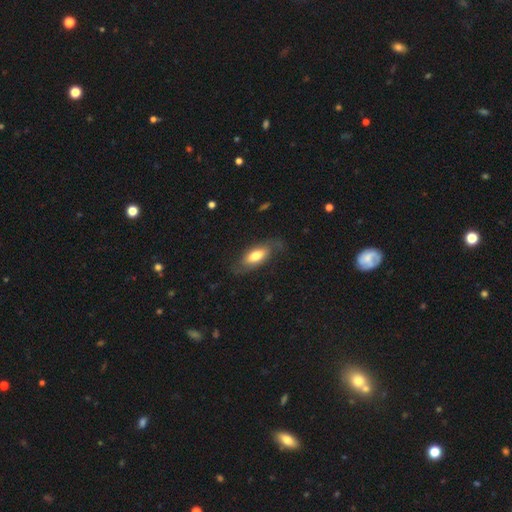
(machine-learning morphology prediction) smooth-or-featured: smooth: 53% | featured or disk: 41% | star or artifact: 6%
  how-rounded: in between: 83% | cigar-shaped: 13% | round: 4%
  merging: none: 67% | minor disturbance: 21% | major disturbance: 11% | merger: 1%